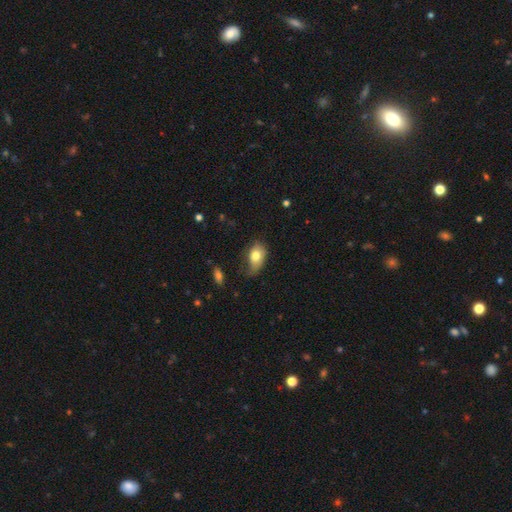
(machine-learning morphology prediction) Overall: smooth (76%). How rounded: in between (87%). Merging: none (43%; minor disturbance 37%).